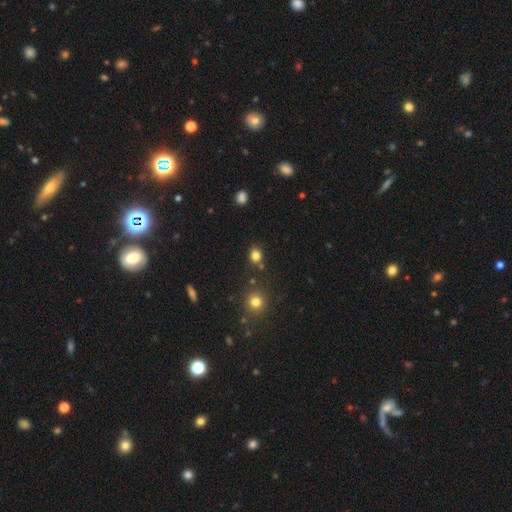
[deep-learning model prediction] Smooth or featured? Predicted: smooth (p=0.82). How rounded? Predicted: round (p=0.63). Merging? Predicted: none (p=0.79).